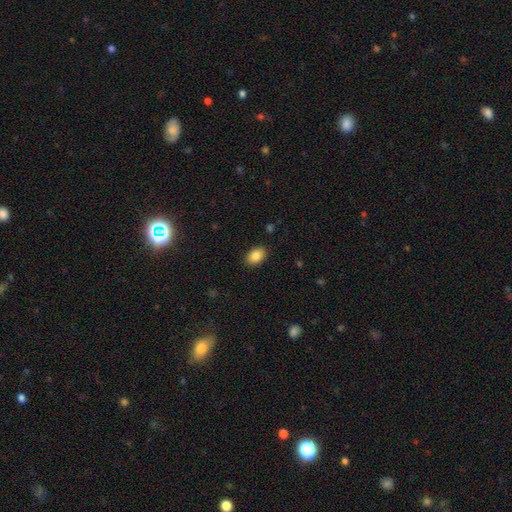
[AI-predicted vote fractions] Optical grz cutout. It shows a smooth galaxy with no disk features (86%) that is in between round and cigar-shaped (83%). Merging: none (88%).